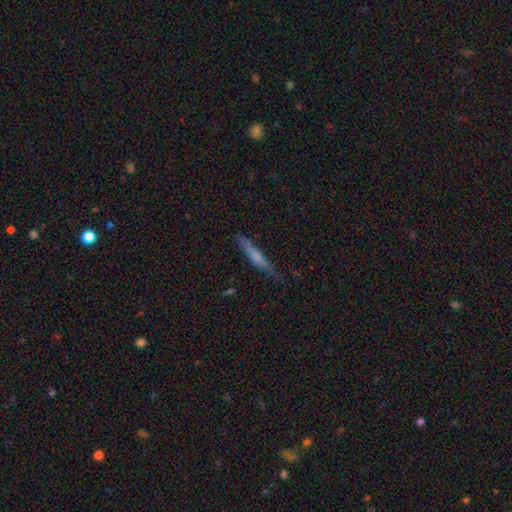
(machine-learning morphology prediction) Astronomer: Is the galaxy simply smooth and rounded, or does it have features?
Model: smooth — 52% (runner-up: featured or disk, 41%).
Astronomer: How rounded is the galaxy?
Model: cigar-shaped — 93%.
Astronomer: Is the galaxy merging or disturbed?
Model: none — 77%.